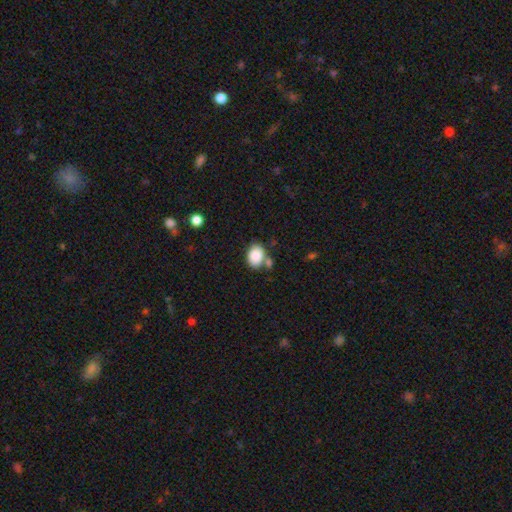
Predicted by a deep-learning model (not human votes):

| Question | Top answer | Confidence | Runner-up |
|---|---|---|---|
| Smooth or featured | smooth | 87% | star or artifact (8%) |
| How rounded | in between | 74% | round (25%) |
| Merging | none | 62% | merger (19%) |